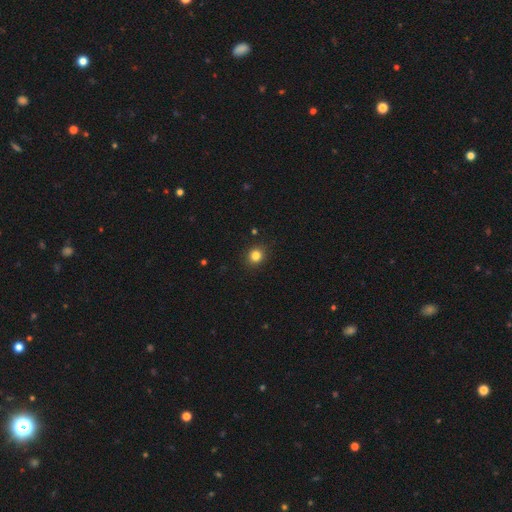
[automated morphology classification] smooth-or-featured: smooth: 83% | star or artifact: 12% | featured or disk: 5%
  how-rounded: round: 86% | in between: 13% | cigar-shaped: 1%
  merging: none: 90% | minor disturbance: 7% | major disturbance: 2% | merger: 1%